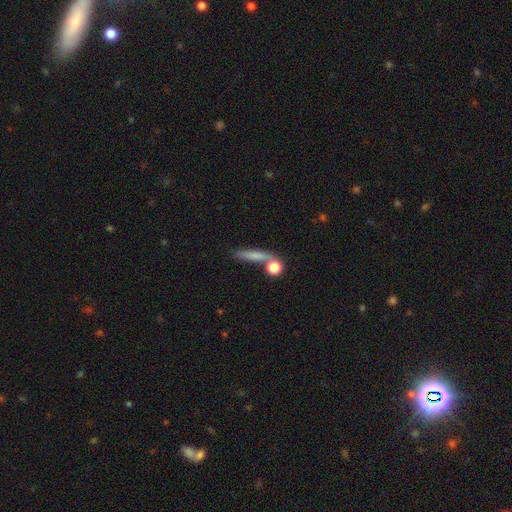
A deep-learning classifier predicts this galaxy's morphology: A smooth galaxy with no disk features (71%) that is cigar-shaped (70%). Merging: none (65%).